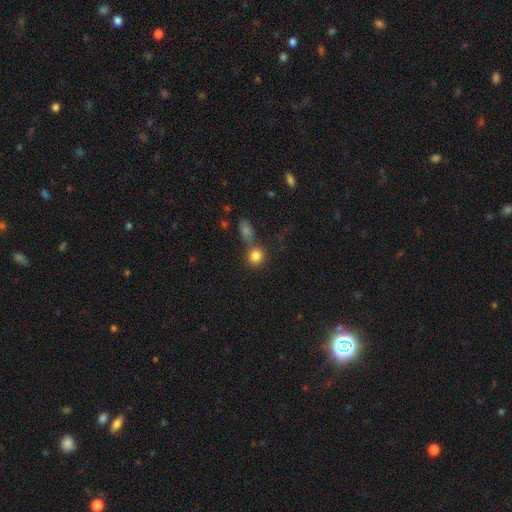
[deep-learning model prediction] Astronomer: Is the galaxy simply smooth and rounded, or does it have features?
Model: smooth — 83%.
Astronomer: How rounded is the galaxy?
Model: round — 81%.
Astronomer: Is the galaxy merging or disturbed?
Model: none — 56%.